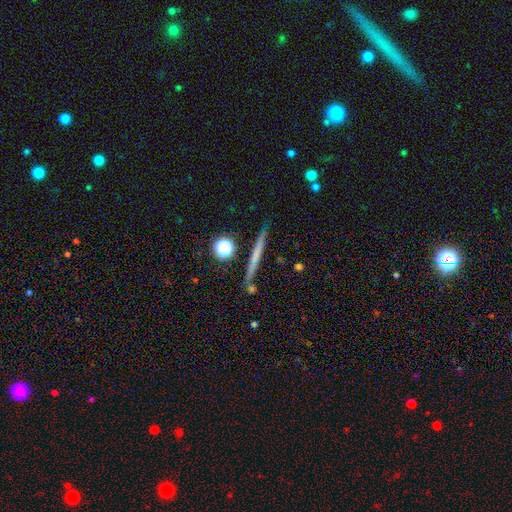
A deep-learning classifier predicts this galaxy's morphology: featured or disk 48%, smooth 43%, star or artifact 9%. Down the decision tree: merging — none (85%).